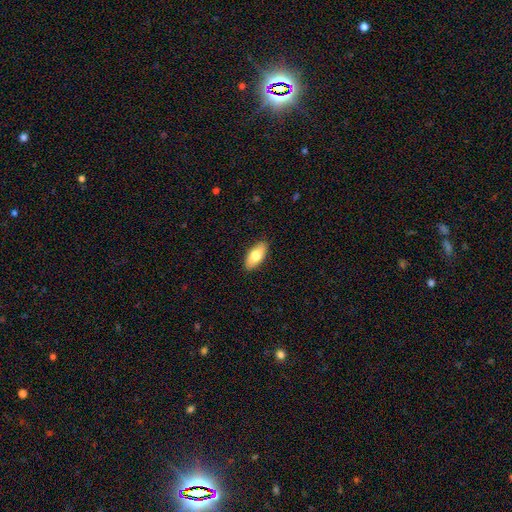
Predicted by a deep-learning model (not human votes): A smooth galaxy with no disk features (77%) that is in between round and cigar-shaped (88%). Merging: none (89%).